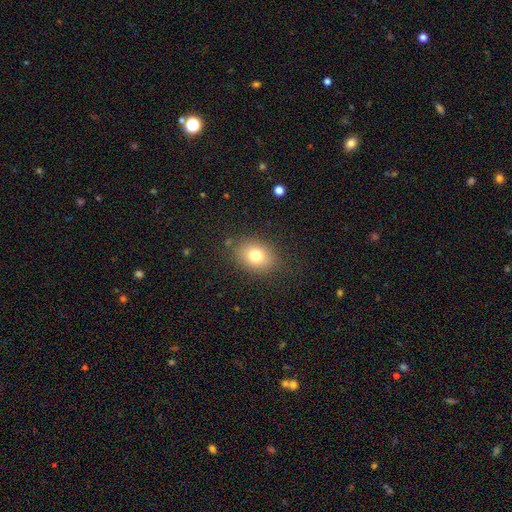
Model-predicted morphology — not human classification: Smooth or featured? smooth (77%)
How rounded? in between (62%)
Merging? none (81%)